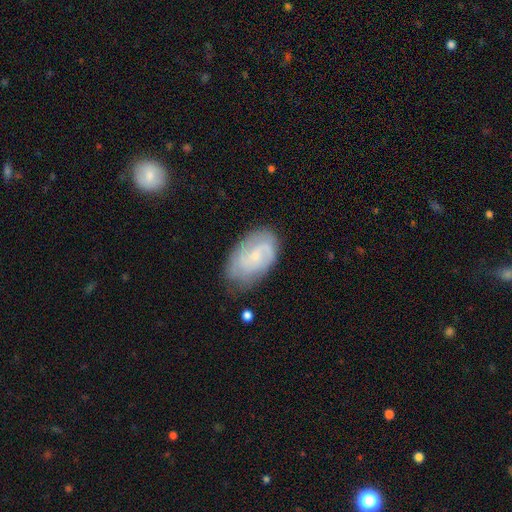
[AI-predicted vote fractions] This is likely a featured or disk galaxy (68%). It is clearly not viewed edge-on (96%). Bar: possibly no (56%). Spiral arm pattern: clearly yes (89%). Spiral arm count: possibly 2 (47%). Spiral winding: marginally tight (43%). Central bulge: likely small (76%). Merging: likely none (70%).